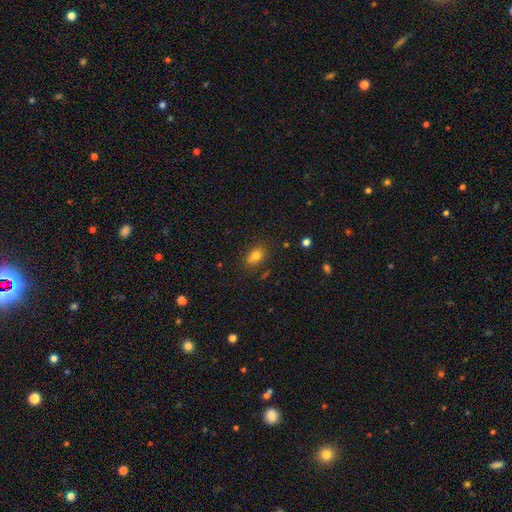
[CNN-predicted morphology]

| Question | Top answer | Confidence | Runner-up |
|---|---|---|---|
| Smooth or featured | smooth | 76% | star or artifact (13%) |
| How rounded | in between | 63% | round (35%) |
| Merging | none | 67% | minor disturbance (16%) |